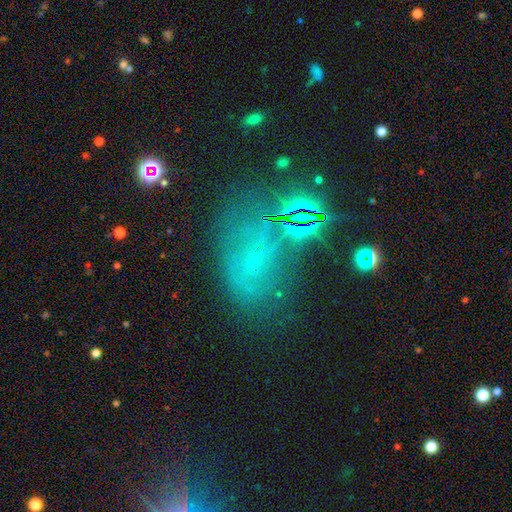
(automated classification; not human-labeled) This is marginally a star or artifact rather than a galaxy (39%).